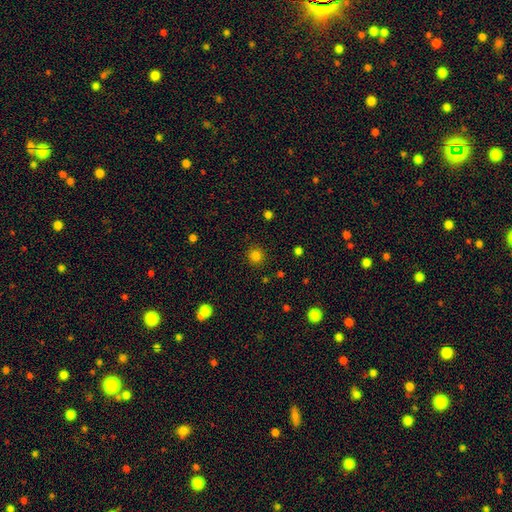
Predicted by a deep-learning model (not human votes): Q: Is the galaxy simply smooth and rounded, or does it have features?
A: smooth — 82%.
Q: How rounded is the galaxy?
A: round — 92%.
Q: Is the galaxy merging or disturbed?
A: none — 89%.